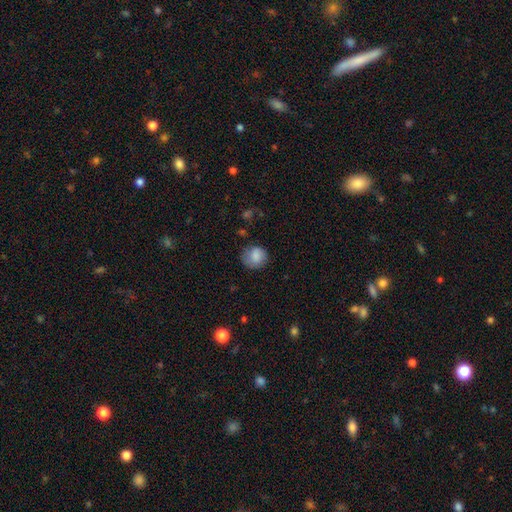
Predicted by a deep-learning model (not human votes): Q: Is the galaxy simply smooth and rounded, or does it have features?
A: smooth — 82%.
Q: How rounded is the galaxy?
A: round — 82%.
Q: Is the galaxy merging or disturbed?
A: none — 71%.